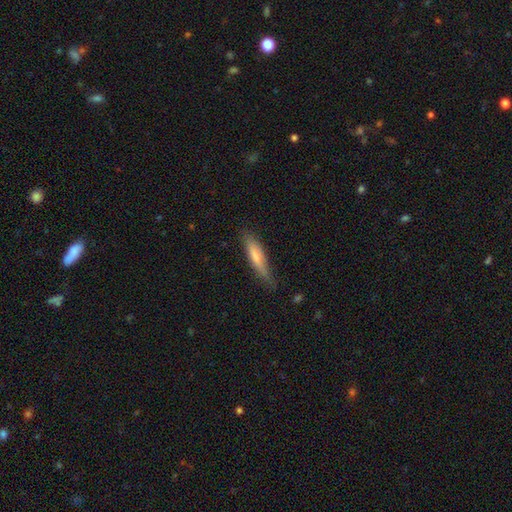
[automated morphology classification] smooth-or-featured: smooth: 63% | featured or disk: 30% | star or artifact: 6%
  how-rounded: cigar-shaped: 84% | in between: 14% | round: 1%
  merging: none: 76% | minor disturbance: 19% | major disturbance: 3% | merger: 1%